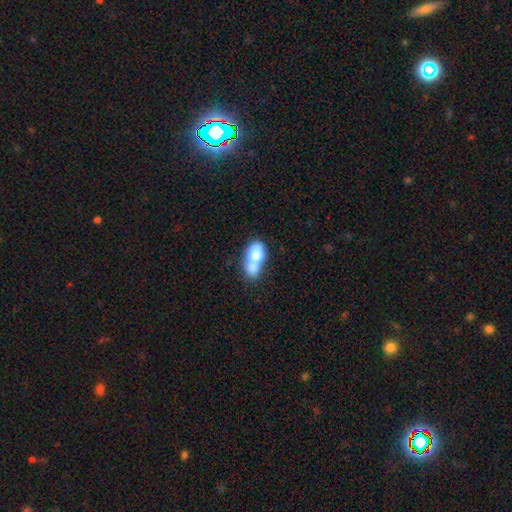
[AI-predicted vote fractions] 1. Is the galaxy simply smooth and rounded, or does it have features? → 71% smooth, 22% featured or disk, 7% star or artifact.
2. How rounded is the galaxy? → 77% in between, 19% round, 3% cigar-shaped.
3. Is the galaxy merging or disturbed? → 67% merger, 19% none, 8% minor disturbance, 5% major disturbance.